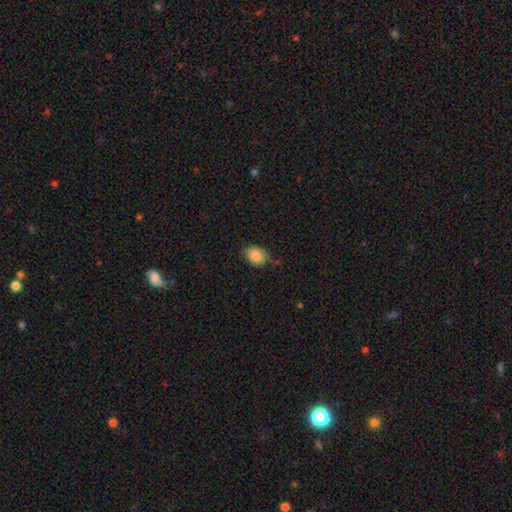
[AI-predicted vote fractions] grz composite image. It shows a smooth galaxy with no disk features (86%) that is in between round and cigar-shaped (71%). Merging: none (66%).